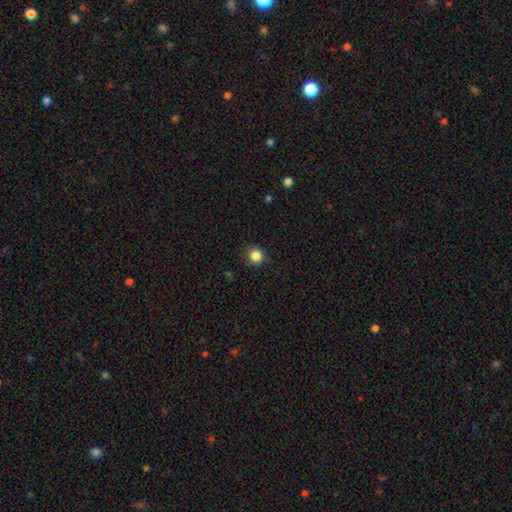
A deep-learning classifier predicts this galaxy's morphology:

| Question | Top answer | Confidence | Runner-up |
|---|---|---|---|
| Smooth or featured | smooth | 85% | star or artifact (11%) |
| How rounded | round | 93% | in between (6%) |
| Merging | none | 87% | minor disturbance (9%) |